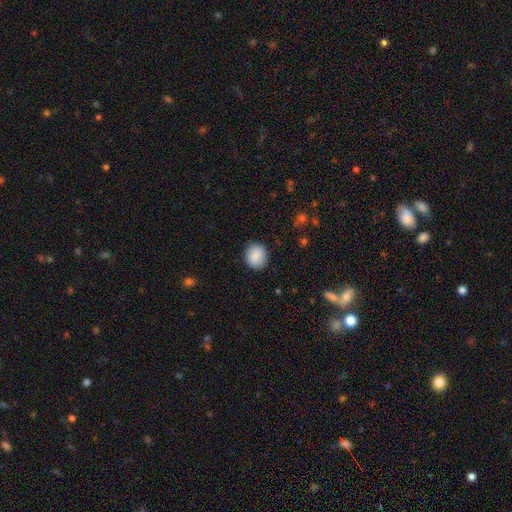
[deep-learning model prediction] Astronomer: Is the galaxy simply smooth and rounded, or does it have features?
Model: smooth — 88%.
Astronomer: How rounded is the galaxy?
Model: round — 72%.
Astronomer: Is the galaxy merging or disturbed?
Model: none — 88%.